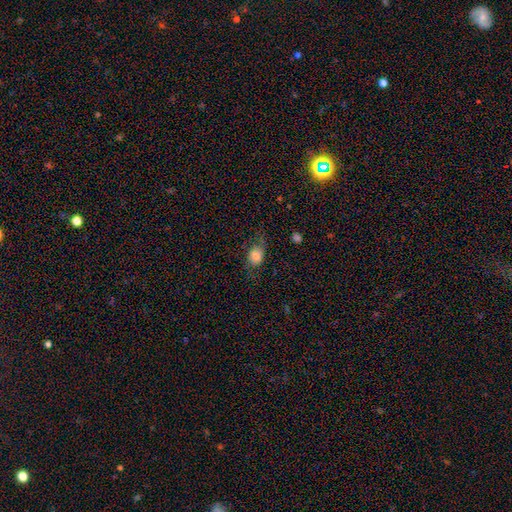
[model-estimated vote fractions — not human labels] Overall: smooth (68%). How rounded: in between (62%; round 35%). Merging: none (58%; minor disturbance 24%).